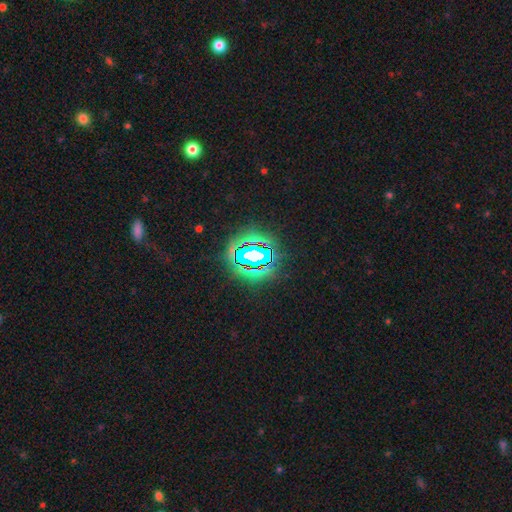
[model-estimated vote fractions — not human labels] Overall: star or artifact (76%).